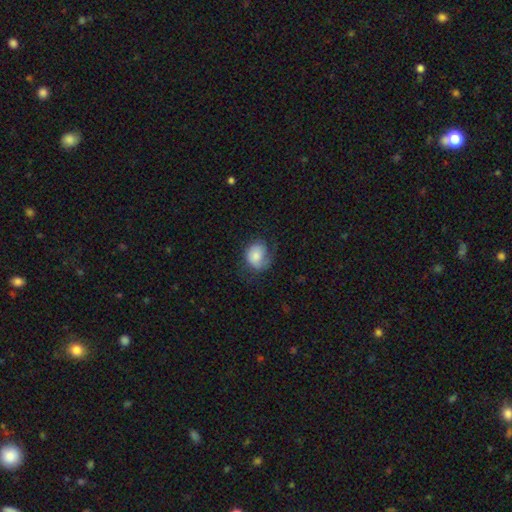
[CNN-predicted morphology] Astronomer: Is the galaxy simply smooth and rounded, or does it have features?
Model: smooth — 64%.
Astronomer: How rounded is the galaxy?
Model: round — 54% (runner-up: in between, 45%).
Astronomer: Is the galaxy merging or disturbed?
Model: none — 48% (runner-up: minor disturbance, 29%).